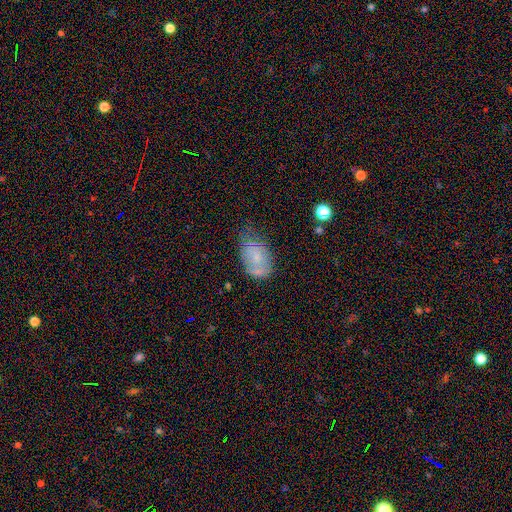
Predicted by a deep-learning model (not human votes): smooth_or_featured: smooth (p=0.61) [alt: featured or disk p=0.30]
how_rounded: in between (p=0.89) [alt: round p=0.09]
merging: none (p=0.39) [alt: minor disturbance p=0.38]